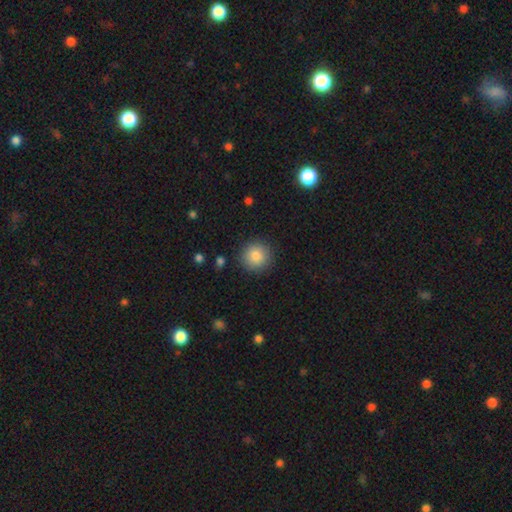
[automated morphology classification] A smooth galaxy with no disk features (85%) that is round (94%). Merging: none (89%).